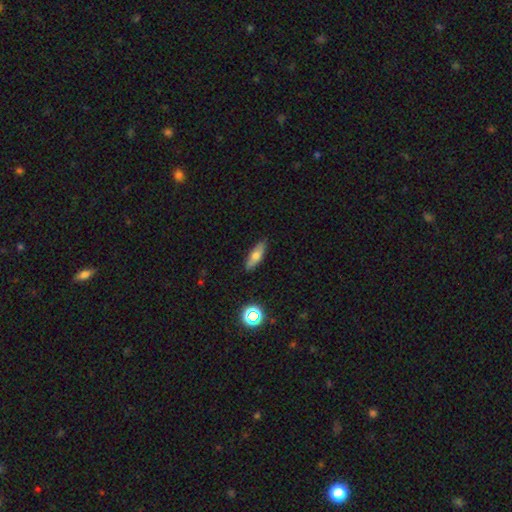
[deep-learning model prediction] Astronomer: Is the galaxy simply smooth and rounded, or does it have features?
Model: smooth — 62%.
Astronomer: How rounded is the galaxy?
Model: in between — 49% (runner-up: cigar-shaped, 48%).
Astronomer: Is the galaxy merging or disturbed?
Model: none — 86%.